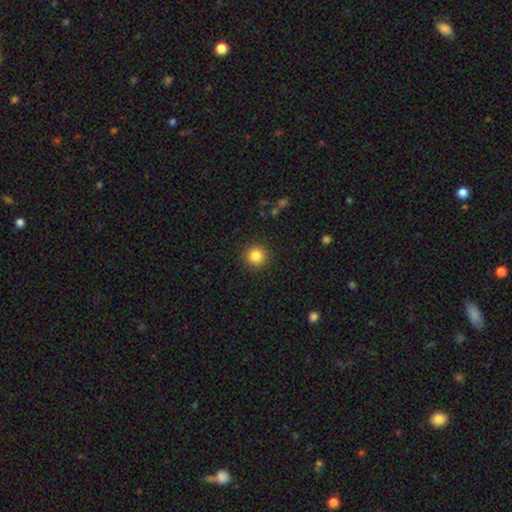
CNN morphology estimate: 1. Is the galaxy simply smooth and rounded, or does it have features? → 85% smooth, 10% star or artifact, 5% featured or disk.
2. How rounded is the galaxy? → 95% round, 5% in between, 1% cigar-shaped.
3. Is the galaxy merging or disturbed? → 91% none, 6% minor disturbance, 2% major disturbance, 1% merger.